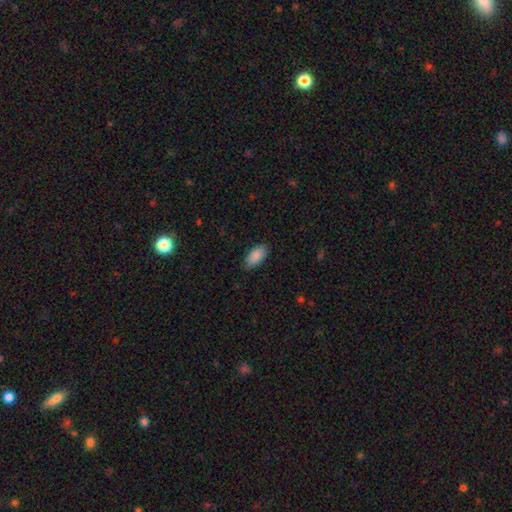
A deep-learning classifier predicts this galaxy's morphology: Smooth or featured? Predicted: smooth (p=0.90). How rounded? Predicted: in between (p=0.94). Merging? Predicted: none (p=0.85).